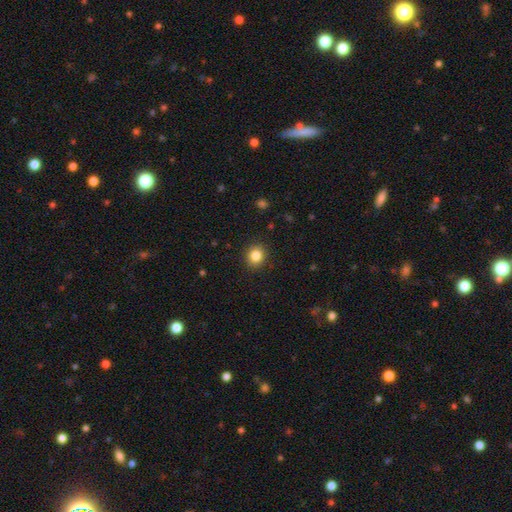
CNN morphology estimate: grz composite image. It shows a smooth galaxy with no disk features (84%) that is round (84%). Merging: none (90%).